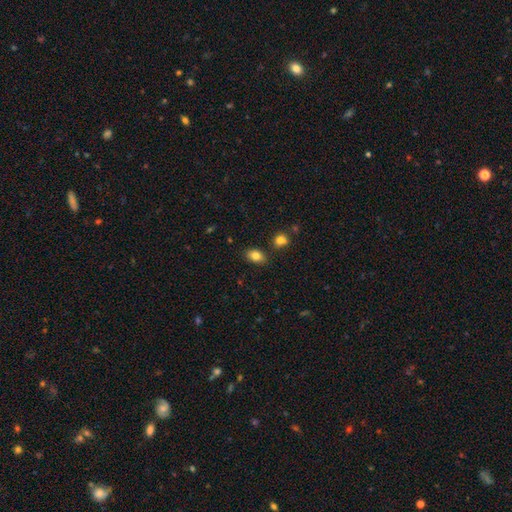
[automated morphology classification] Smooth or featured? smooth (82%)
How rounded? in between (83%)
Merging? none (82%)